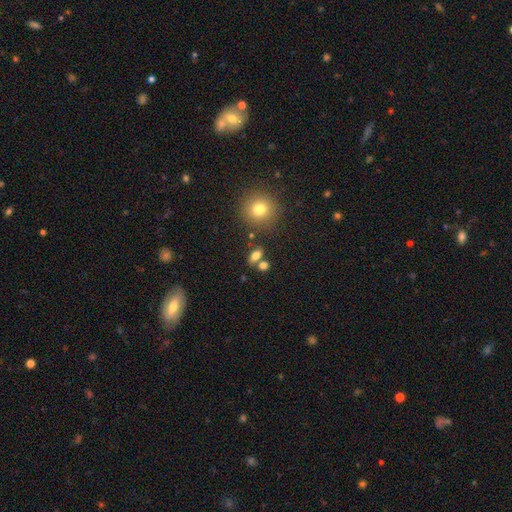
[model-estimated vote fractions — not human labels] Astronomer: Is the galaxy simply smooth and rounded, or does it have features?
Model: smooth — 73%.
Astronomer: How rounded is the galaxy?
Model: in between — 73%.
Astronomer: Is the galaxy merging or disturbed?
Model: none — 63%.